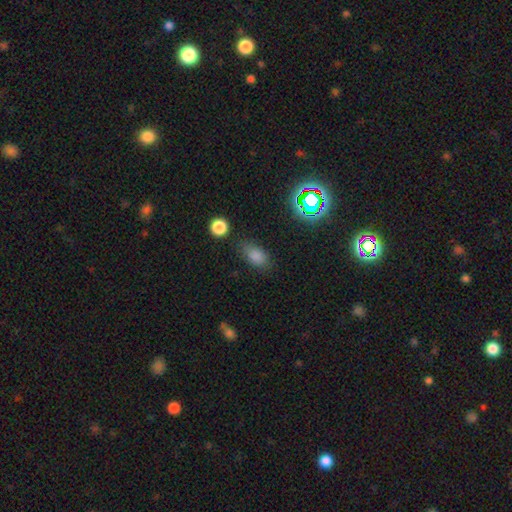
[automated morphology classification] type=smooth (75%); roundness=in between (84%); merging=none (71%).